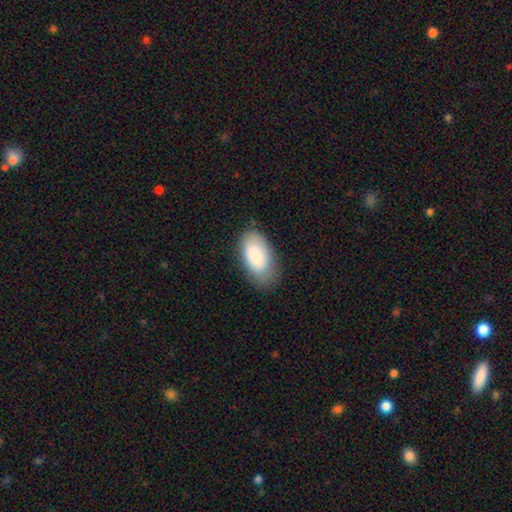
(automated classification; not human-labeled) smooth_or_featured: smooth (p=0.85) [alt: featured or disk p=0.09]
how_rounded: in between (p=0.95) [alt: round p=0.03]
merging: none (p=0.74) [alt: minor disturbance p=0.19]